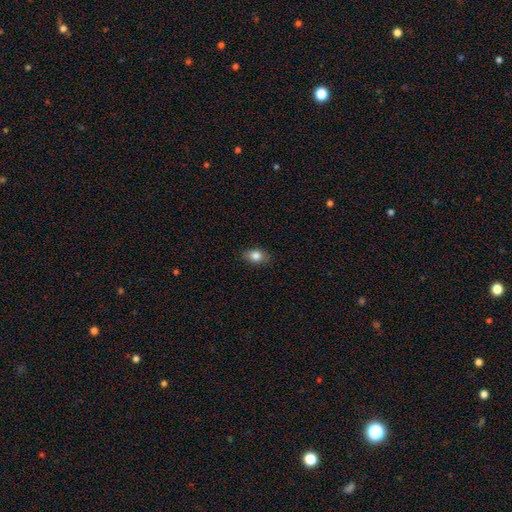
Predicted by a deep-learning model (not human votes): The model was most divided on "how rounded": in between: 78%, round: 20%, cigar-shaped: 2%. More confident: merging — none (87%); smooth or featured — smooth (84%).